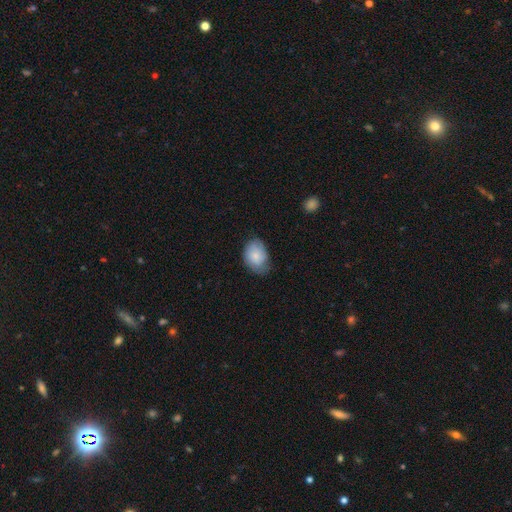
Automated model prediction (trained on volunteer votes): smooth_or_featured: smooth (p=0.74) [alt: featured or disk p=0.19]
how_rounded: in between (p=0.74) [alt: round p=0.25]
merging: none (p=0.59) [alt: minor disturbance p=0.33]